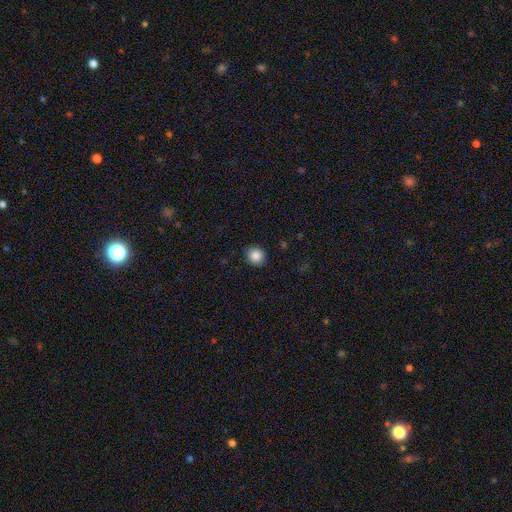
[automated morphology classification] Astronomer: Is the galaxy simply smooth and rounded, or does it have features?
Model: smooth — 86%.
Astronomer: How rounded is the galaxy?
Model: round — 83%.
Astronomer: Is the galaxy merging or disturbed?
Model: none — 90%.